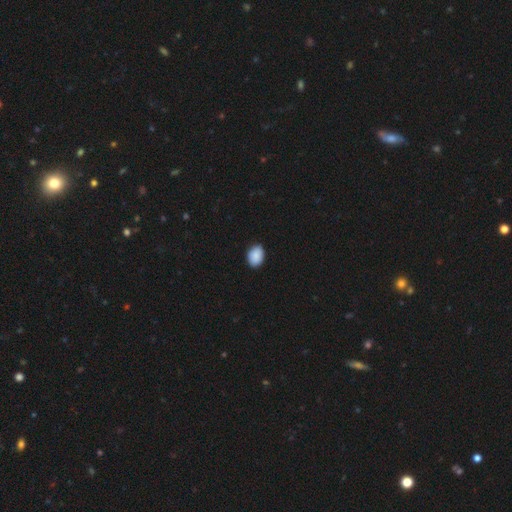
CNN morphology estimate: A smooth galaxy with no disk features (90%) that is in between round and cigar-shaped (71%).

Vote fractions:
- Smooth or featured? smooth: 90% / star or artifact: 7% / featured or disk: 3%
- How rounded? in between: 71% / round: 28% / cigar-shaped: 1%
- Merging? none: 86% / minor disturbance: 11% / major disturbance: 2% / merger: 1%